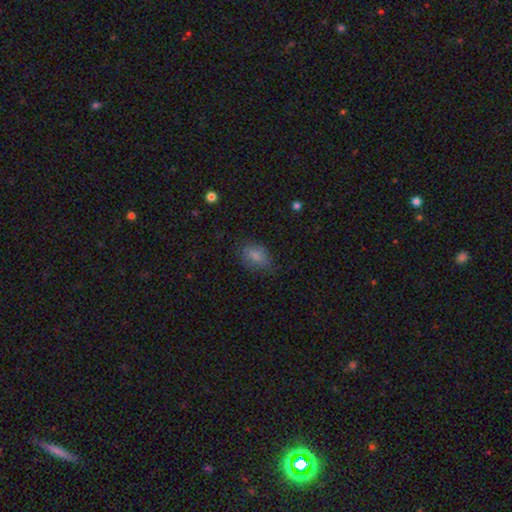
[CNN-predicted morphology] Smooth or featured? Predicted: smooth (p=0.81). How rounded? Predicted: in between (p=0.84). Merging? Predicted: none (p=0.65).